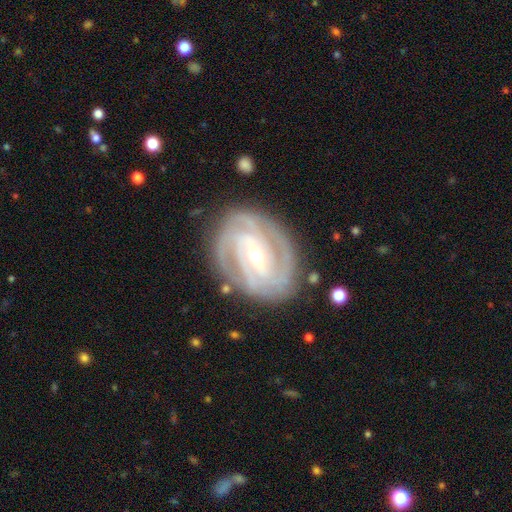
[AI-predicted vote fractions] The model was most divided on "bar": weak: 44%, strong: 36%, no: 20%. Remaining: spiral arms — yes (97%); edge-on disk — no (97%); smooth or featured — featured or disk (90%); merging — none (81%); spiral winding — tight (70%); bulge size — small (52%); spiral arm count — 3 (37%).